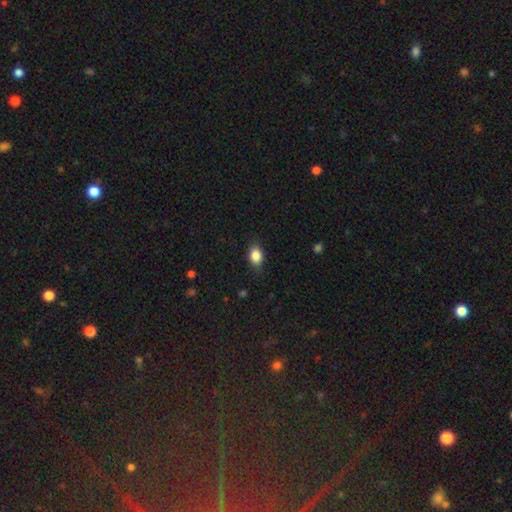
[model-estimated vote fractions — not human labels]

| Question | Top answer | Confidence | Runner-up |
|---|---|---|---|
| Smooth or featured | smooth | 86% | star or artifact (8%) |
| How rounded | in between | 75% | round (23%) |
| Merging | none | 83% | minor disturbance (13%) |